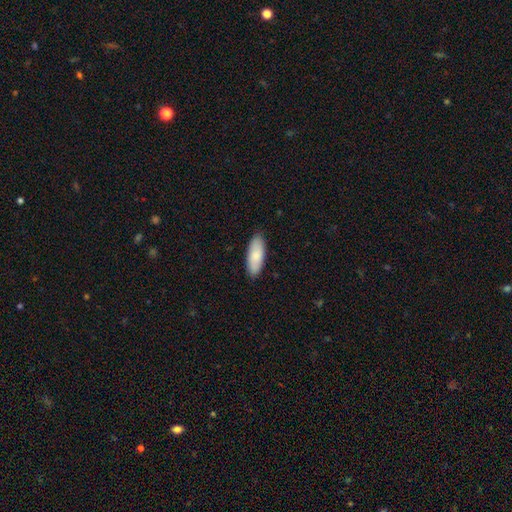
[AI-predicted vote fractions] Morphology: type=smooth (86%); roundness=in between (73%); merging=none (88%).